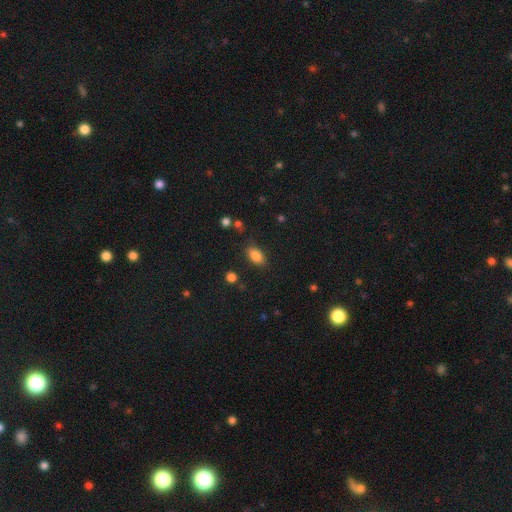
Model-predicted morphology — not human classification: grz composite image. It shows a smooth galaxy with no disk features (86%) that is in between round and cigar-shaped (90%). Merging: none (82%).